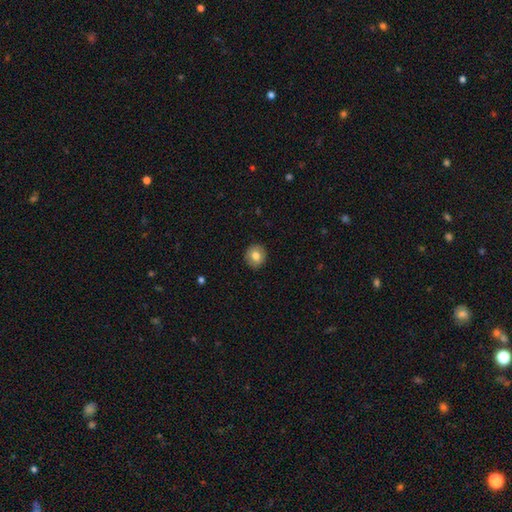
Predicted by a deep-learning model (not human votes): Smooth or featured? smooth (78%)
How rounded? round (87%)
Merging? none (91%)